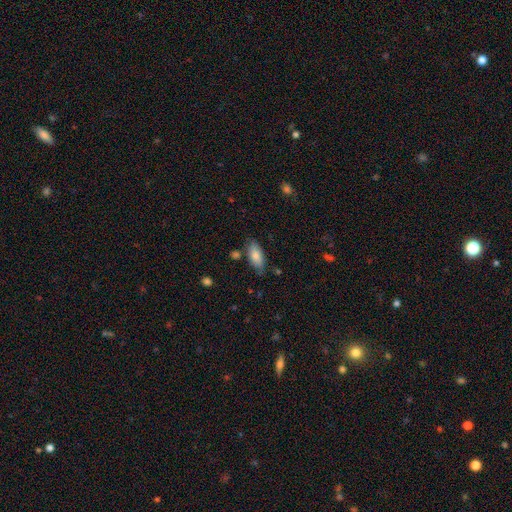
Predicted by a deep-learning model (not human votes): Morphology: type=smooth (83%); roundness=in between (87%); merging=none (74%).